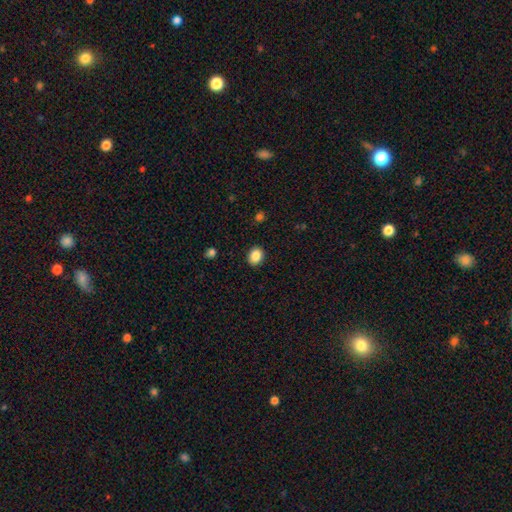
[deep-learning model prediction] Morphology: type=smooth (87%); roundness=in between (53%); merging=none (90%).